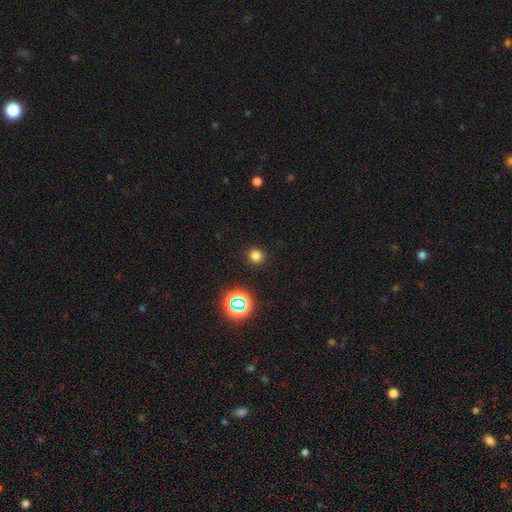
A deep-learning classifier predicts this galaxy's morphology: smooth-or-featured: smooth: 74% | star or artifact: 21% | featured or disk: 5%
  how-rounded: round: 91% | in between: 8% | cigar-shaped: 1%
  merging: none: 91% | minor disturbance: 6% | major disturbance: 2% | merger: 1%